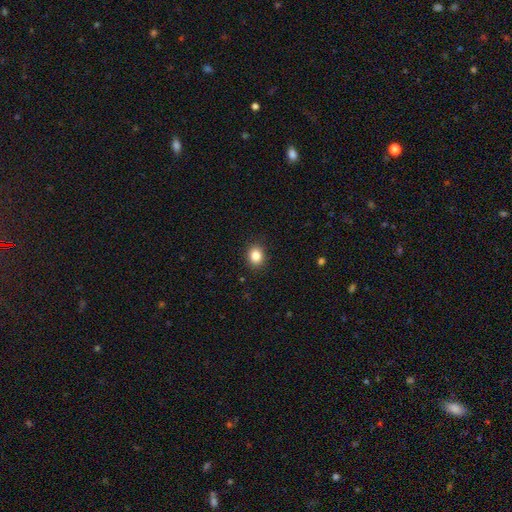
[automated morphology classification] Smooth or featured?
  - smooth: 85% *
  - star or artifact: 10%
  - featured or disk: 5%
How rounded?
  - round: 53% *
  - in between: 46%
  - cigar-shaped: 1%
Merging?
  - none: 90% *
  - minor disturbance: 7%
  - major disturbance: 2%
  - merger: 1%